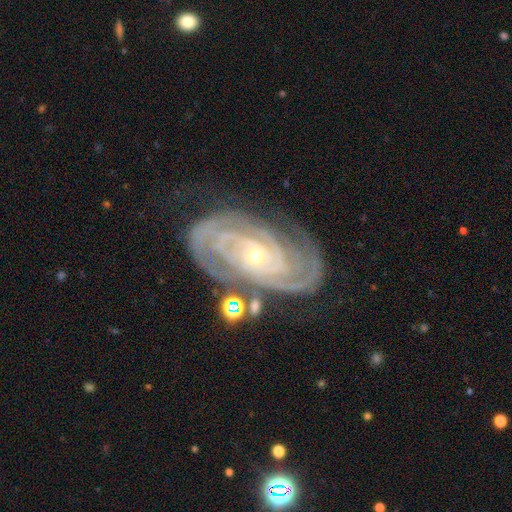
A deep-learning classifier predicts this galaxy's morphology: The model was most divided on "spiral arm count": 2: 41%, 3: 22%, can't tell: 13%, 4: 11%, more than 4: 7%, 1: 6%. More confident: spiral arms — yes (98%); edge-on disk — no (97%); smooth or featured — featured or disk (92%); spiral winding — tight (84%); bulge size — small (76%); merging — none (73%); bar — no (68%).